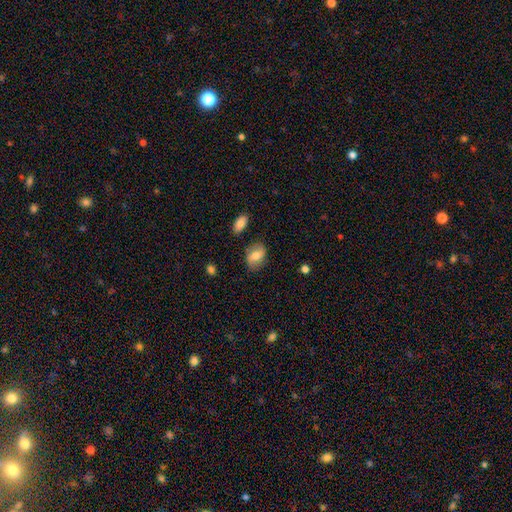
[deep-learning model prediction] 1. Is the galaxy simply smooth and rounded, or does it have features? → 68% smooth, 24% featured or disk, 8% star or artifact.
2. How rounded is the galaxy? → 78% in between, 21% round, 2% cigar-shaped.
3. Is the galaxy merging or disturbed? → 77% none, 16% minor disturbance, 4% major disturbance, 3% merger.